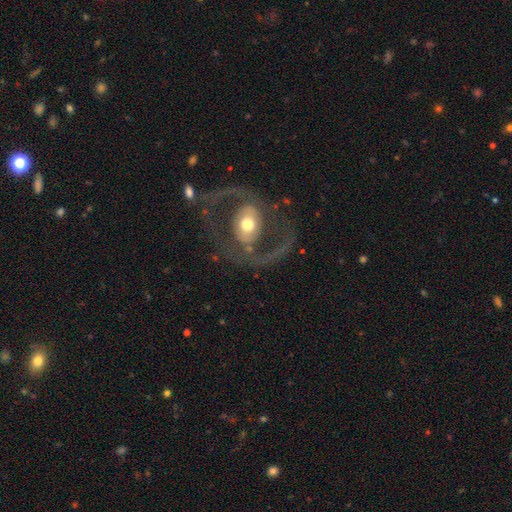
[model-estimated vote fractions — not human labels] Overall: featured or disk (86%). Edge-on disk: no (95%). Bar: strong (43%; weak 31%). Spiral arms: yes (89%). Spiral arm count: 2 (90%). Spiral winding: medium (55%; loose 24%). Bulge size: moderate (61%; small 26%). Merging: none (75%).